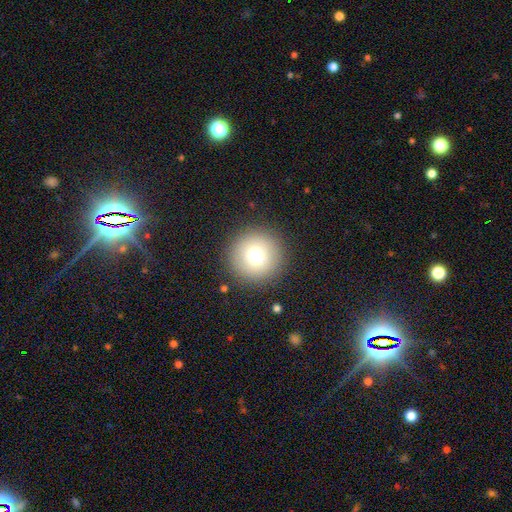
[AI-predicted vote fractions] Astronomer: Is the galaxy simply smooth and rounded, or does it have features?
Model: smooth — 74%.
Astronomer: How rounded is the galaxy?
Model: round — 96%.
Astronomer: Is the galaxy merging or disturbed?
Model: none — 90%.